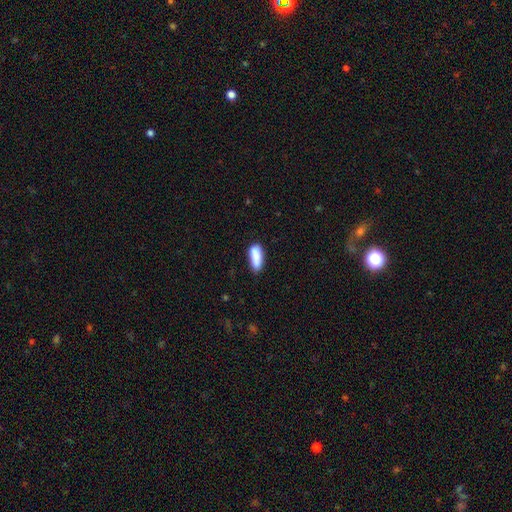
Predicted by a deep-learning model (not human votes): smooth_or_featured: smooth (p=0.83) [alt: featured or disk p=0.09]
how_rounded: in between (p=0.66) [alt: cigar-shaped p=0.31]
merging: none (p=0.58) [alt: minor disturbance p=0.26]